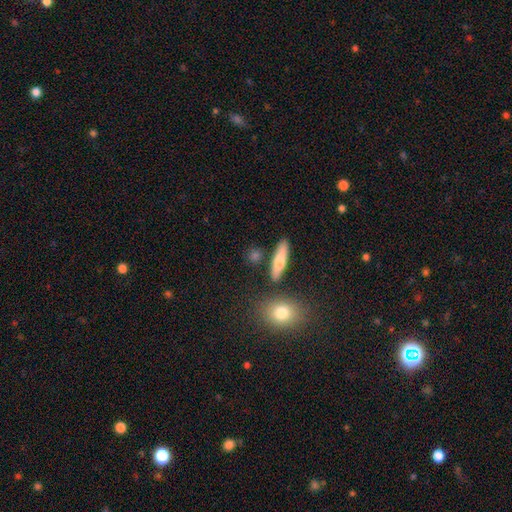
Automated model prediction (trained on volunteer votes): Q: Smooth or featured?
A: smooth (67%); runner-up: featured or disk (22%)
Q: How rounded?
A: cigar-shaped (54%); runner-up: in between (31%)
Q: Merging?
A: none (80%); runner-up: minor disturbance (10%)